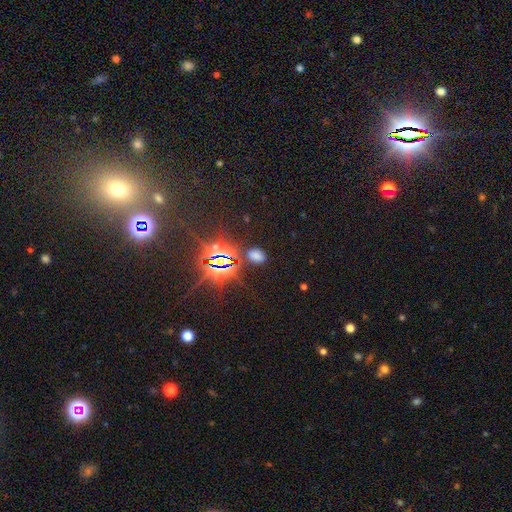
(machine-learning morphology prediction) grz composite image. It shows a smooth galaxy with no disk features (54%) that is in between round and cigar-shaped (79%). Merging: none (81%).